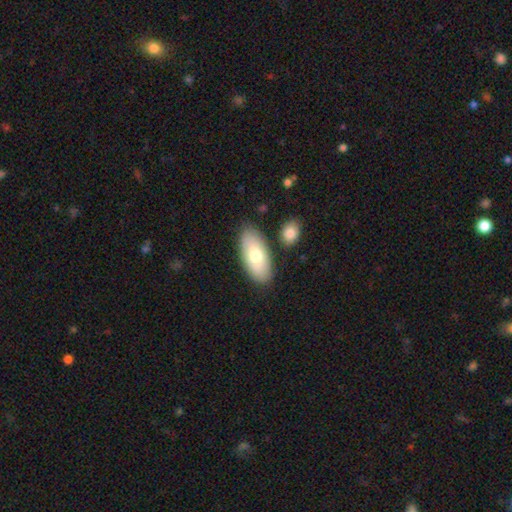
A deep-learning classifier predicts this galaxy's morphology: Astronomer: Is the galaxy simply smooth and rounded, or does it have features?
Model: smooth — 71%.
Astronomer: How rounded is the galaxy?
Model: in between — 91%.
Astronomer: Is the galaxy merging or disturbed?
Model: none — 81%.